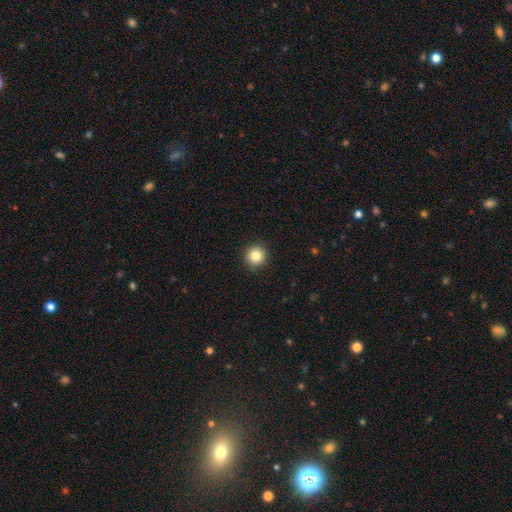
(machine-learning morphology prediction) Smooth or featured? Predicted: smooth (p=0.84). How rounded? Predicted: round (p=0.95). Merging? Predicted: none (p=0.92).